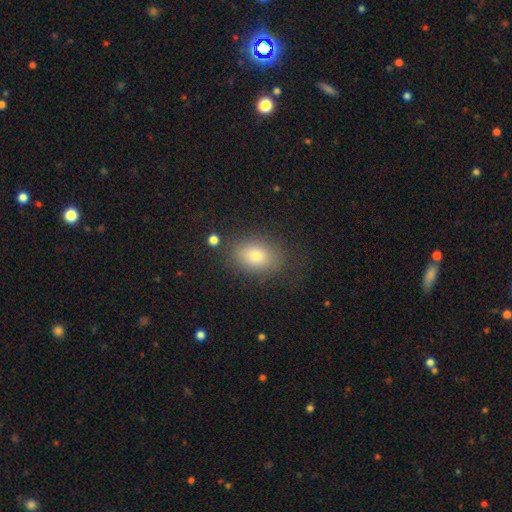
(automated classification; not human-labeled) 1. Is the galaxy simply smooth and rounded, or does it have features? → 77% smooth, 12% featured or disk, 11% star or artifact.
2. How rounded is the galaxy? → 76% in between, 22% round, 1% cigar-shaped.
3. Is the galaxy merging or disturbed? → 77% none, 14% minor disturbance, 6% major disturbance, 2% merger.